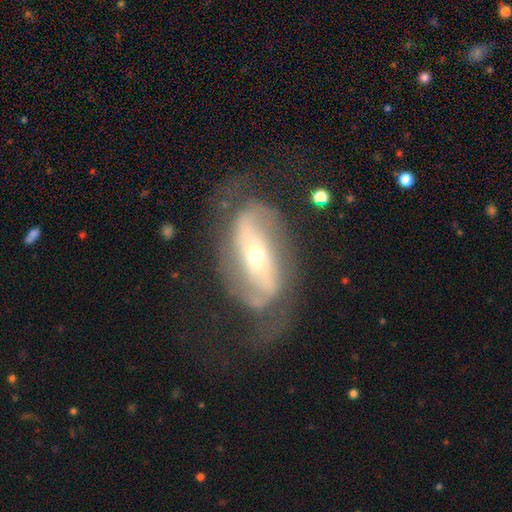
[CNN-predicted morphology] A featured or disk galaxy (83%) with a strong bar (50%), 2 (87%) medium (42%) spiral arms (88%) and a small central bulge (66%). Merging: none (60%).